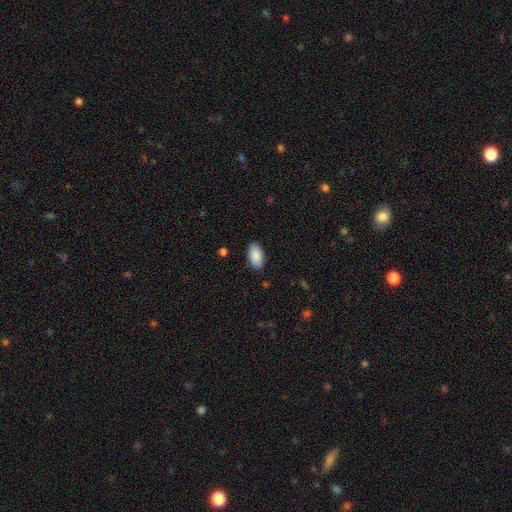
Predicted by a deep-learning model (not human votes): smooth 89%, star or artifact 6%, featured or disk 5%. Down the decision tree: how rounded — in between (94%); merging — none (86%).